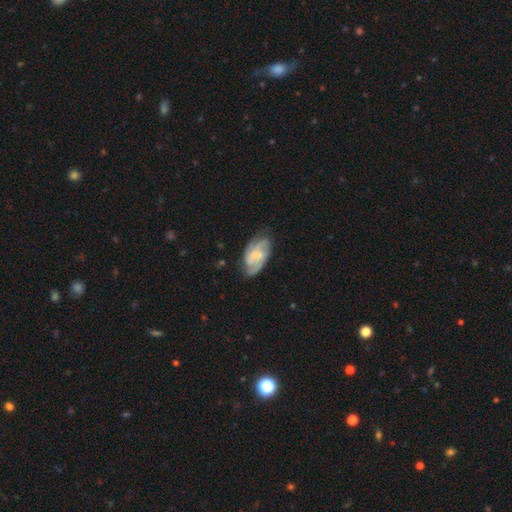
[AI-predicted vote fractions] smooth-or-featured: featured or disk: 72% | smooth: 22% | star or artifact: 6%
  disk-edge-on: no: 96% | yes: 4%
    bar: no: 48% | weak: 42% | strong: 10%
    has-spiral-arms: yes: 92% | no: 8%
      spiral-winding: medium: 47% | tight: 35% | loose: 18%
      spiral-arm-count: 2: 48% | 3: 22% | can't tell: 20% | 1: 4% | 4: 4% | more than 4: 3%
    bulge-size: small: 35% | none: 32% | moderate: 25% | large: 6% | dominant: 1%
  merging: none: 67% | minor disturbance: 23% | major disturbance: 9% | merger: 2%